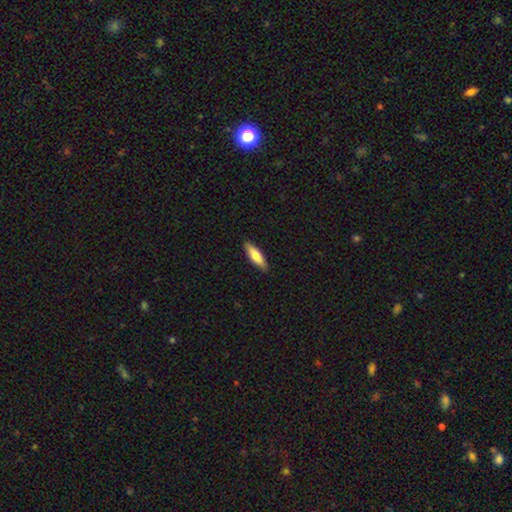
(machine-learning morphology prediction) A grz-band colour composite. It shows a smooth galaxy with no disk features (76%) that is cigar-shaped (57%). Merging: none (89%).